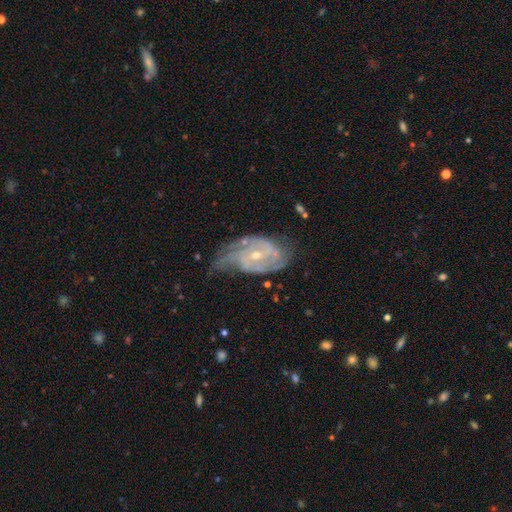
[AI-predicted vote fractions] Q: Smooth or featured?
A: featured or disk (87%); runner-up: smooth (7%)
Q: Edge-on disk?
A: no (96%); runner-up: yes (4%)
Q: Bar?
A: no (52%); runner-up: weak (39%)
Q: Spiral arms?
A: yes (95%); runner-up: no (5%)
Q: Spiral winding?
A: tight (48%); runner-up: medium (39%)
Q: Spiral arm count?
A: 2 (42%); runner-up: can't tell (23%)
Q: Bulge size?
A: small (58%); runner-up: moderate (39%)
Q: Merging?
A: none (51%); runner-up: minor disturbance (30%)